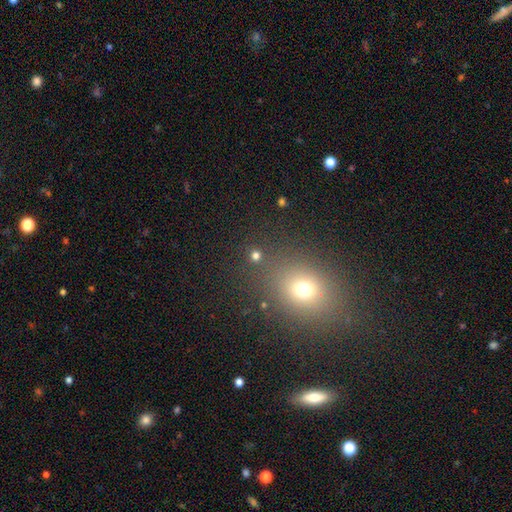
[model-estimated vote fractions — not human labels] This is likely a smooth galaxy (73%). How rounded: clearly round (89%). Merging: clearly none (81%).